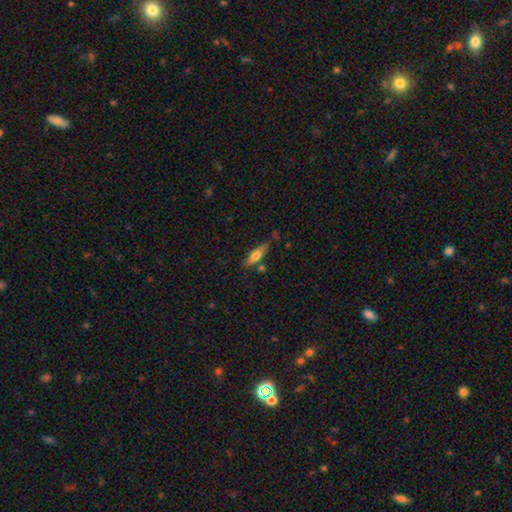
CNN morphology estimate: Q: Smooth or featured?
A: smooth (64%); runner-up: featured or disk (30%)
Q: How rounded?
A: cigar-shaped (58%); runner-up: in between (40%)
Q: Merging?
A: none (72%); runner-up: minor disturbance (17%)